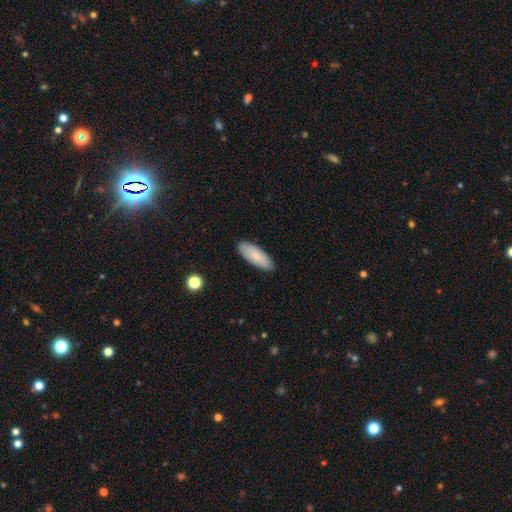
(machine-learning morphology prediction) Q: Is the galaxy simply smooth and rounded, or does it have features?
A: smooth — 83%.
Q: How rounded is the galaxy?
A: in between — 70%.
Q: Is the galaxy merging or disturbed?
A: none — 88%.